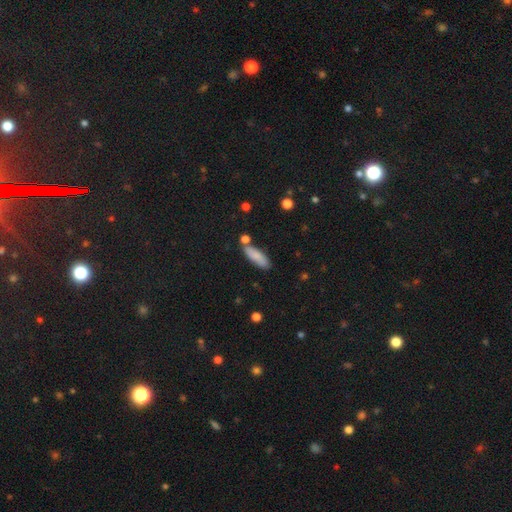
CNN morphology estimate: The model was most divided on "how rounded": in between: 57%, cigar-shaped: 41%, round: 2%. More confident: smooth or featured — smooth (82%); merging — none (72%).